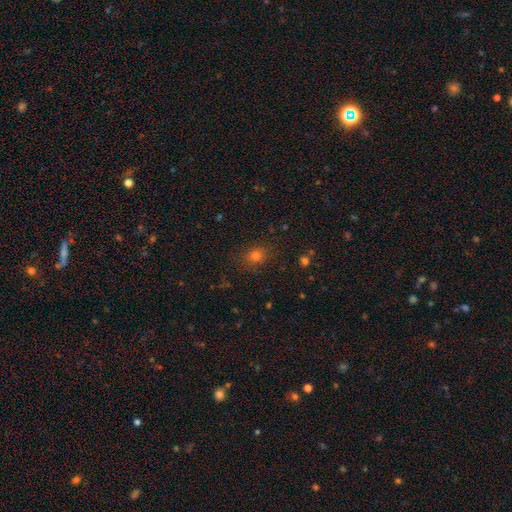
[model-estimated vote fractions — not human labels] Smooth or featured? smooth (71%)
How rounded? round (64%)
Merging? none (84%)